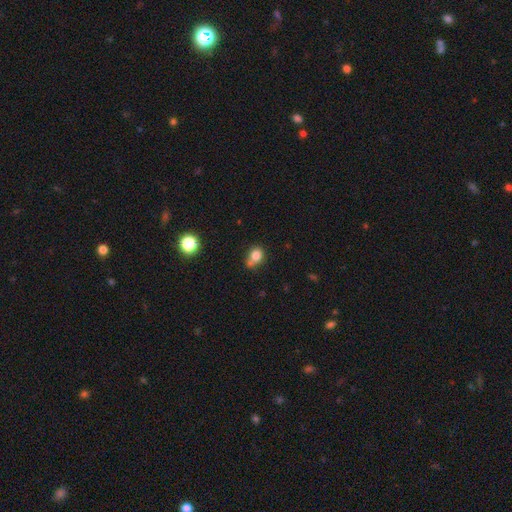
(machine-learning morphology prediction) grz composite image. It shows a smooth galaxy with no disk features (79%) that is round (64%). Merging: none (47%).